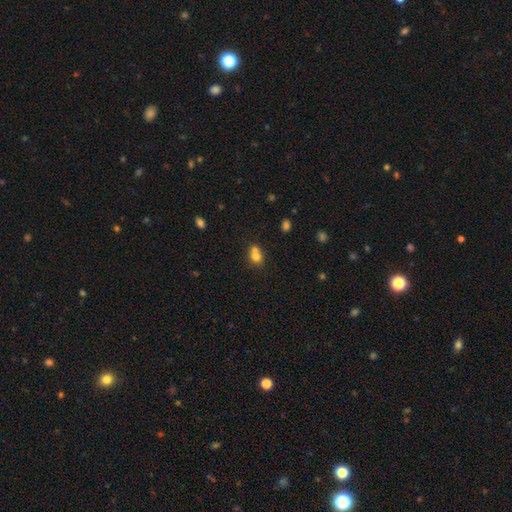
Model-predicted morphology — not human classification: type=smooth (74%); roundness=round (67%); merging=merger (53%).